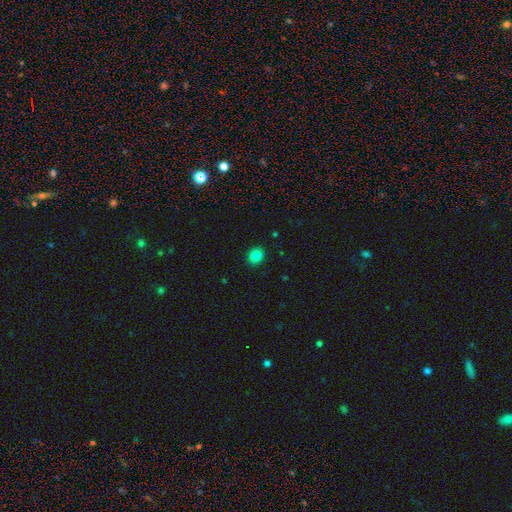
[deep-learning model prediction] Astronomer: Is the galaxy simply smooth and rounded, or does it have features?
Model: smooth — 84%.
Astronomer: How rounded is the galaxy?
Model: round — 73%.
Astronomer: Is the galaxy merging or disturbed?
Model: none — 91%.